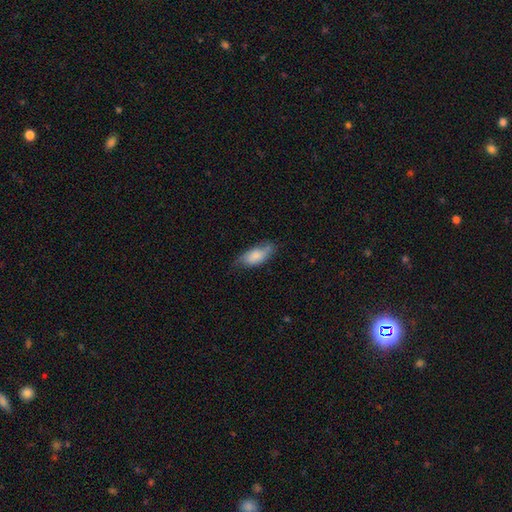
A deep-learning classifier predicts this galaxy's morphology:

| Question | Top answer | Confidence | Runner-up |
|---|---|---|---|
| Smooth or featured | smooth | 75% | featured or disk (18%) |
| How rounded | in between | 85% | cigar-shaped (12%) |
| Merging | none | 60% | minor disturbance (30%) |